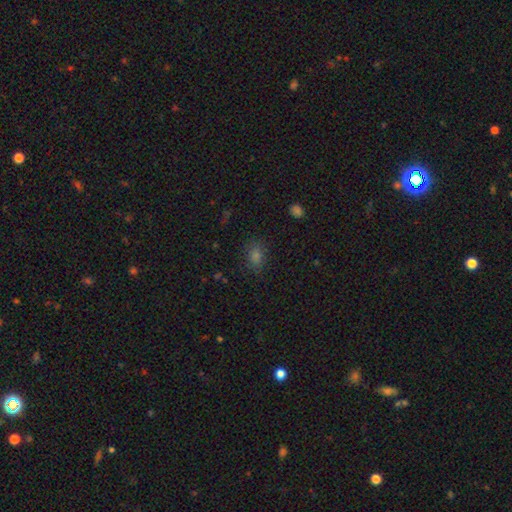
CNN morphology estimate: This is likely a smooth galaxy (70%). How rounded: likely in between (68%). Merging: clearly none (83%).